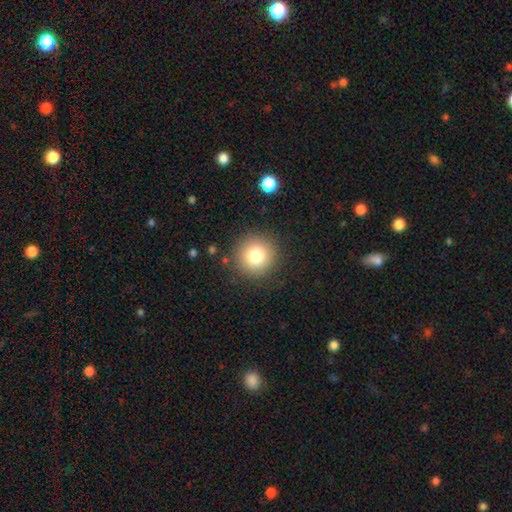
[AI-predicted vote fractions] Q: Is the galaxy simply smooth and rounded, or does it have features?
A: smooth — 80%.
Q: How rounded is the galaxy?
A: round — 95%.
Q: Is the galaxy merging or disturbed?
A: none — 88%.